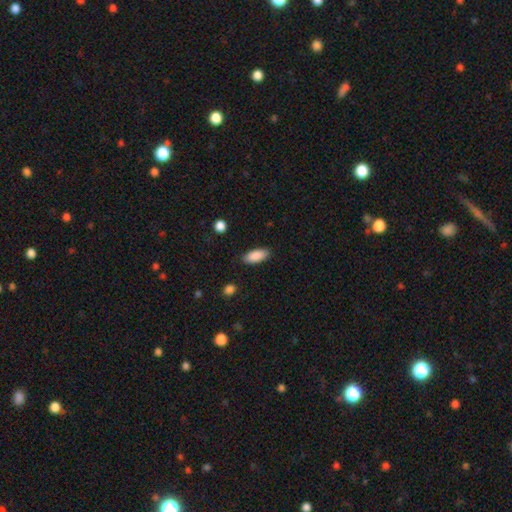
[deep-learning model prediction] This appears to be a smooth galaxy with no disk features (89%) that is in between round and cigar-shaped (84%). Merging: none (86%).